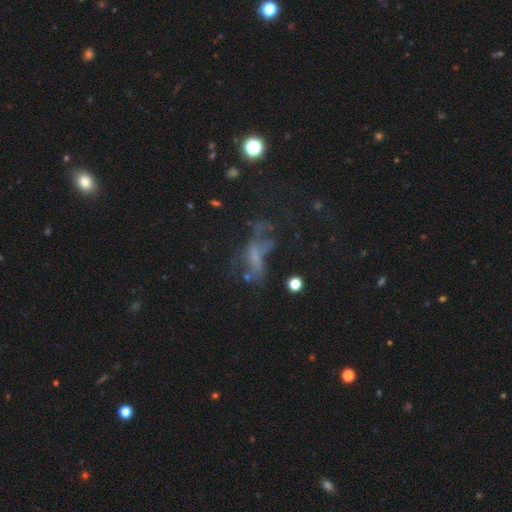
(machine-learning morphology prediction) Smooth or featured: featured or disk — 42% (star or artifact — 30%)
Merging: major disturbance — 43% (none — 32%)